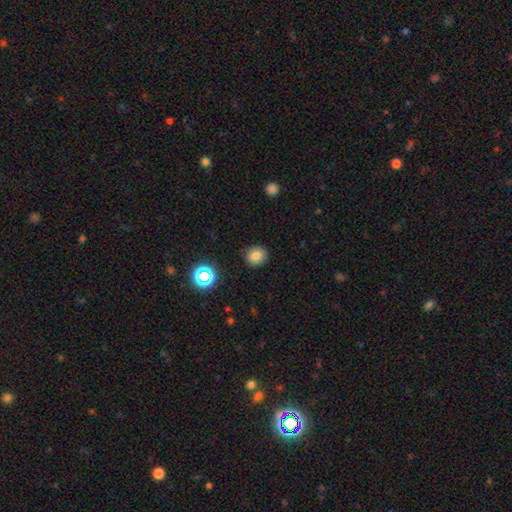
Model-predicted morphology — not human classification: Smooth or featured? Predicted: smooth (p=0.80). How rounded? Predicted: round (p=0.84). Merging? Predicted: none (p=0.89).